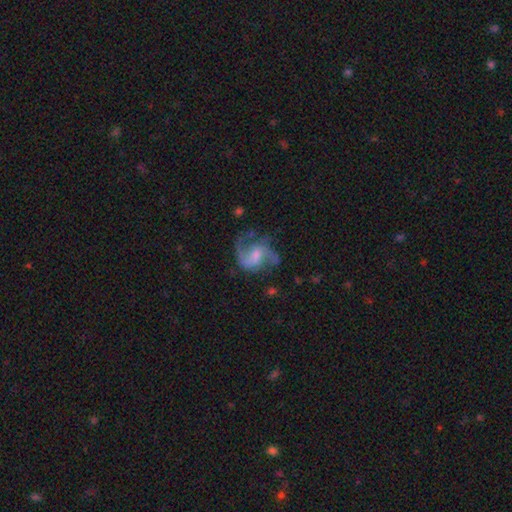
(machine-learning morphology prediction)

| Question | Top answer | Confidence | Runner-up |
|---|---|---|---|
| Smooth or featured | featured or disk | 83% | smooth (10%) |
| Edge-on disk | no | 98% | yes (2%) |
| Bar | no | 46% | weak (43%) |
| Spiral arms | yes | 95% | no (5%) |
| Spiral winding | medium | 50% | loose (37%) |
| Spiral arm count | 2 | 67% | 3 (15%) |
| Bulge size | small | 44% | moderate (39%) |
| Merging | none | 60% | minor disturbance (20%) |